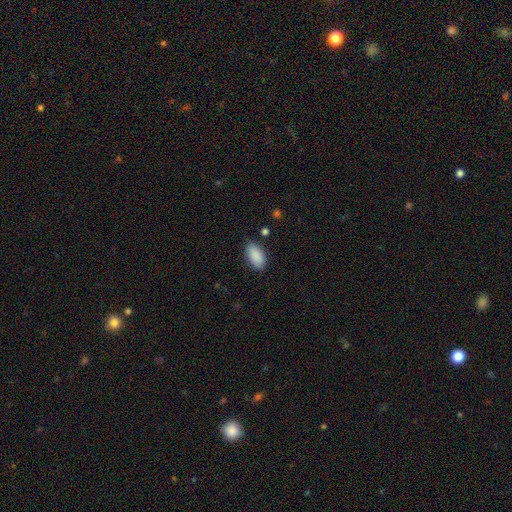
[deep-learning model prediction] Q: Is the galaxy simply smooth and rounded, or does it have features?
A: smooth — 90%.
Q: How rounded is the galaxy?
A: in between — 93%.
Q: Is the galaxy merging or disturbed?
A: none — 84%.